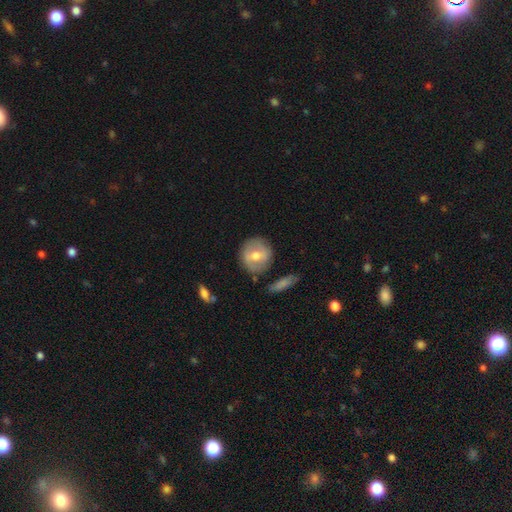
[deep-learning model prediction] The model was most divided on "smooth or featured": smooth: 50%, featured or disk: 43%, star or artifact: 7%. More confident: how rounded — round (84%); merging — none (78%).